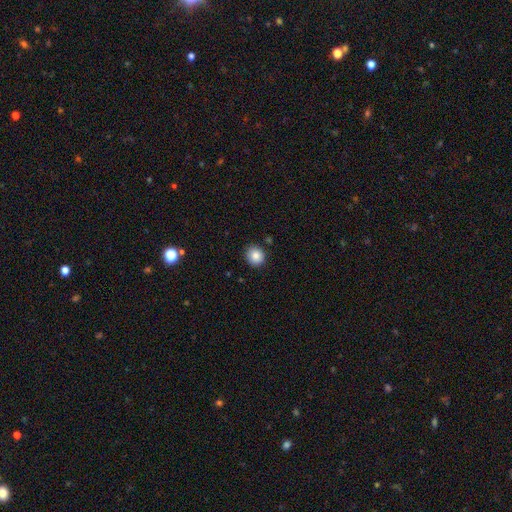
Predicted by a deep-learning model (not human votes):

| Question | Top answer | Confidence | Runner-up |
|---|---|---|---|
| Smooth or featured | smooth | 86% | star or artifact (9%) |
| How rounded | round | 85% | in between (15%) |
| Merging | none | 88% | minor disturbance (8%) |